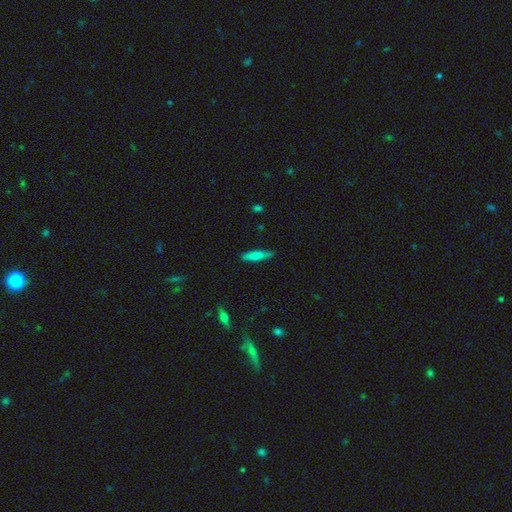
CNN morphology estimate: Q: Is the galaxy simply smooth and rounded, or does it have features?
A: smooth — 75%.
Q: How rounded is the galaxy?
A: cigar-shaped — 82%.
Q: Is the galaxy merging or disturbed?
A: none — 84%.